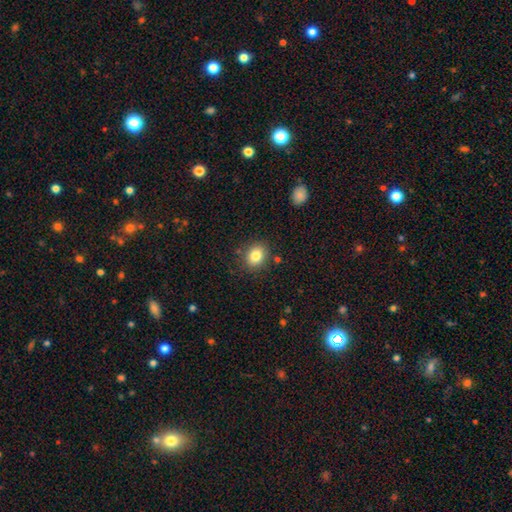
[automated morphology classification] The model was most divided on "how rounded": round: 53%, in between: 46%, cigar-shaped: 1%. More confident: merging — none (84%); smooth or featured — smooth (83%).